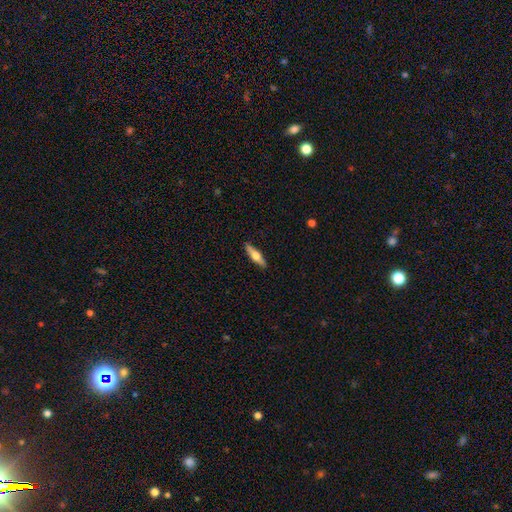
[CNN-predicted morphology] featured or disk 52%, smooth 43%, star or artifact 5%. Down the decision tree: edge-on disk — yes (93%); merging — none (90%).